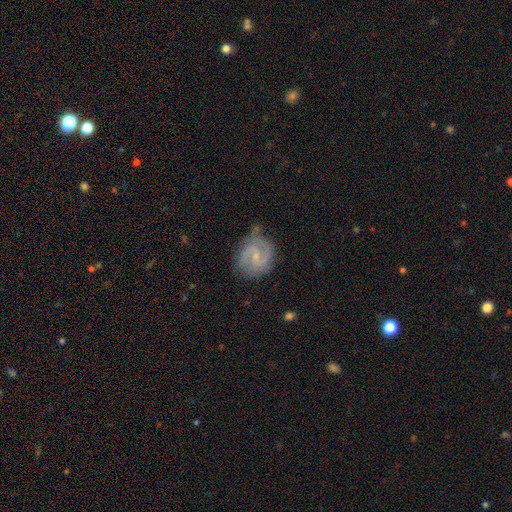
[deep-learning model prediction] A featured or disk galaxy (79%) with a weak bar (56%), 2 (82%) medium (52%) spiral arms (94%) and a small central bulge (68%). Merging: none (65%).